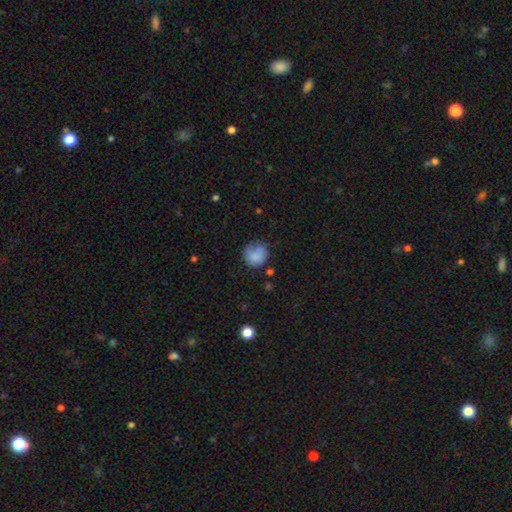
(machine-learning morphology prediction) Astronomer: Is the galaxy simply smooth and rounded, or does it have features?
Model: smooth — 73%.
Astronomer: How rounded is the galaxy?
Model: round — 77%.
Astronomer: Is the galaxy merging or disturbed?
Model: none — 49% (runner-up: minor disturbance, 28%).